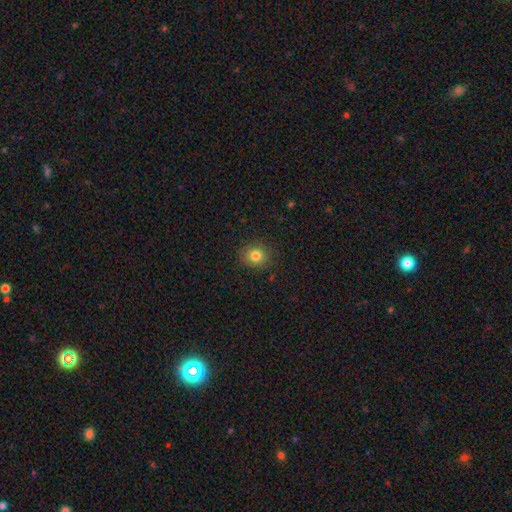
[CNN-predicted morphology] A smooth galaxy with no disk features (81%) that is round (82%).

Vote fractions:
- Smooth or featured? smooth: 81% / star or artifact: 12% / featured or disk: 7%
- How rounded? round: 82% / in between: 17% / cigar-shaped: 1%
- Merging? none: 88% / minor disturbance: 9% / major disturbance: 3% / merger: 1%